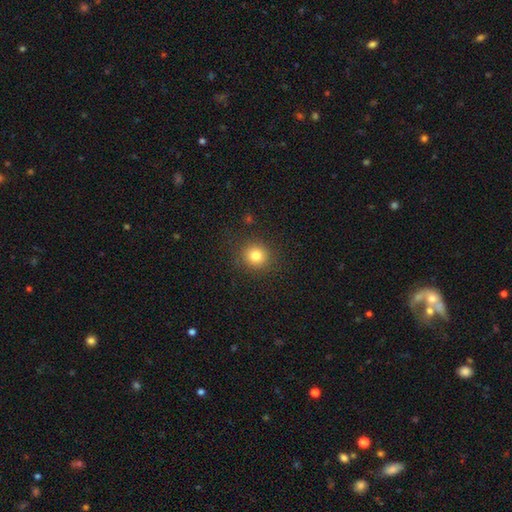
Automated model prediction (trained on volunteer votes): Smooth or featured? Predicted: smooth (p=0.82). How rounded? Predicted: round (p=0.88). Merging? Predicted: none (p=0.87).